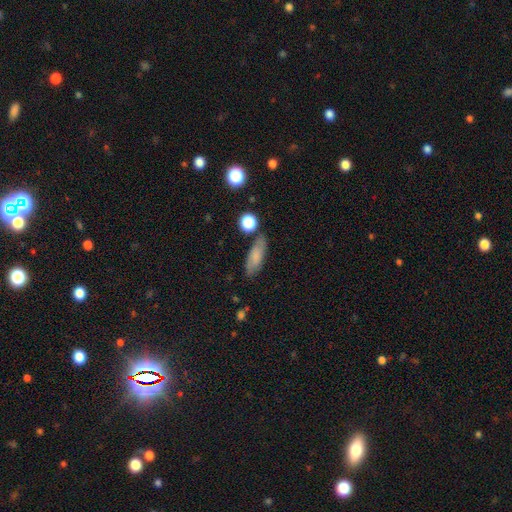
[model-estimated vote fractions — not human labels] The model was most divided on "how rounded": in between: 62%, cigar-shaped: 34%, round: 4%. More confident: merging — none (75%); smooth or featured — smooth (73%).